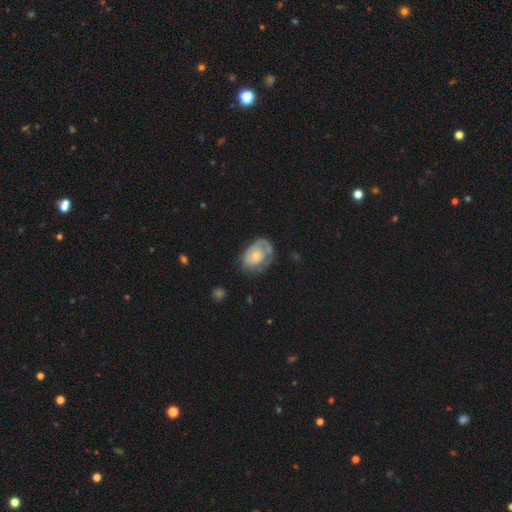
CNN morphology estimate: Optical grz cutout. It shows a featured or disk galaxy (54%) with no bar (83%), spiral arms (61%) and a small central bulge (49%). Merging: none (51%).